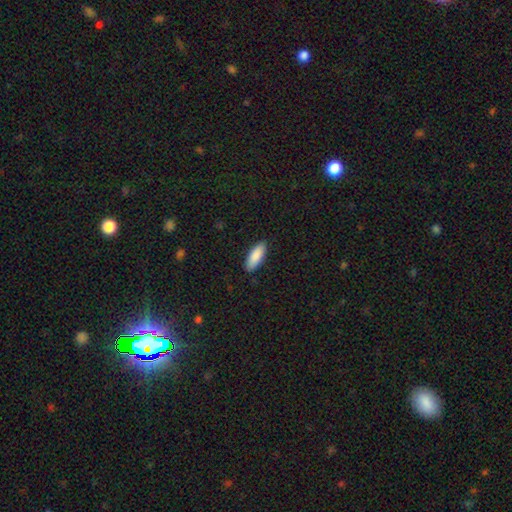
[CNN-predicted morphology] smooth_or_featured: smooth (p=0.89) [alt: featured or disk p=0.06]
how_rounded: in between (p=0.73) [alt: cigar-shaped p=0.25]
merging: none (p=0.89) [alt: minor disturbance p=0.08]